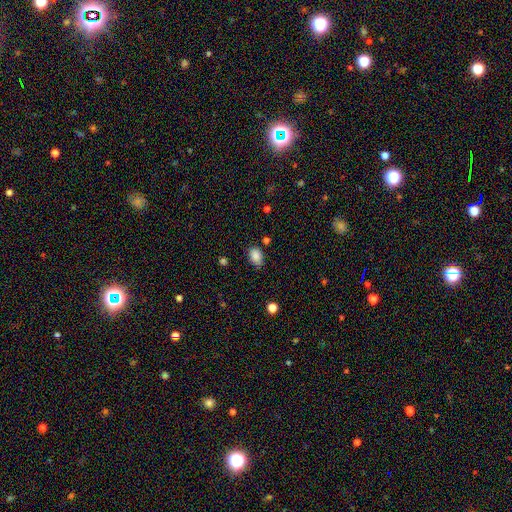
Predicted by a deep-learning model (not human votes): Morphology: type=smooth (87%); roundness=in between (81%); merging=none (75%).